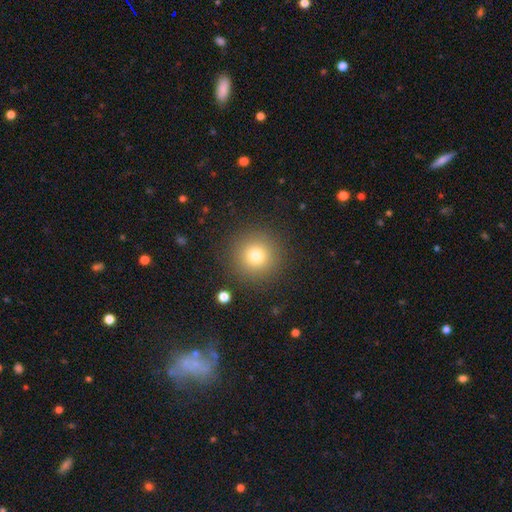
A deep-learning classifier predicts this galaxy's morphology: Q: Smooth or featured?
A: smooth (77%); runner-up: star or artifact (14%)
Q: How rounded?
A: round (96%); runner-up: in between (4%)
Q: Merging?
A: none (89%); runner-up: minor disturbance (6%)